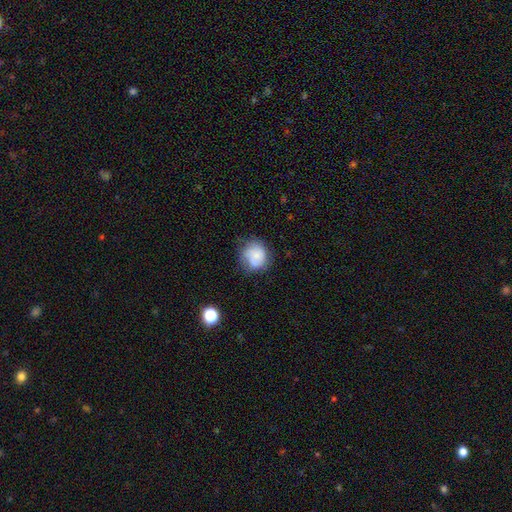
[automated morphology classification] type=smooth (66%); roundness=round (77%); merging=none (56%).